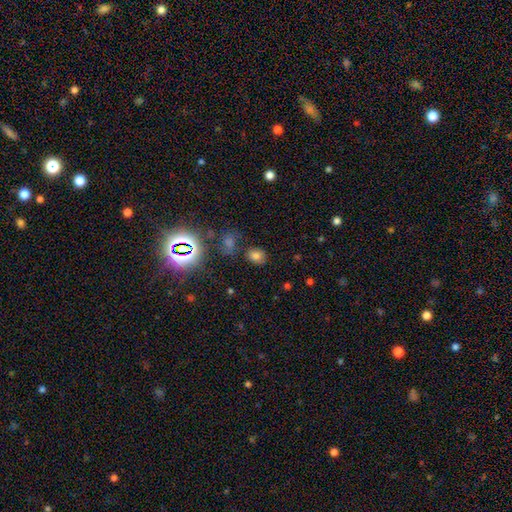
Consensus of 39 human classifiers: Smooth or featured? 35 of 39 (90%) said smooth. How rounded? 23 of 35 (66%) said in between. Merging? 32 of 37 (86%) said none.